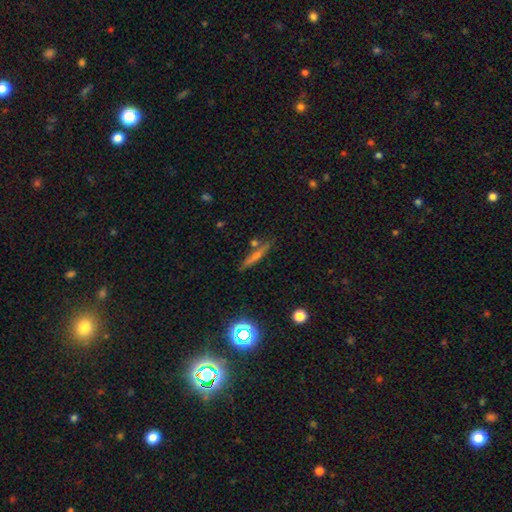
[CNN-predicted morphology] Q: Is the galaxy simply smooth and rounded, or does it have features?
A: smooth — 48%.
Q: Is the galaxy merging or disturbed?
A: none — 81%.